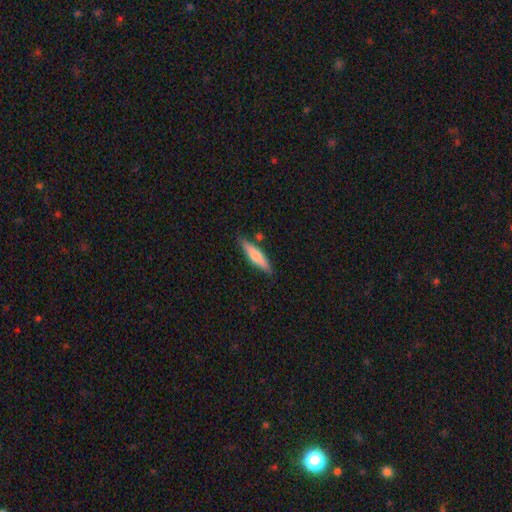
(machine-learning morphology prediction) Smooth or featured? Predicted: smooth (p=0.61). How rounded? Predicted: cigar-shaped (p=0.78). Merging? Predicted: none (p=0.82).